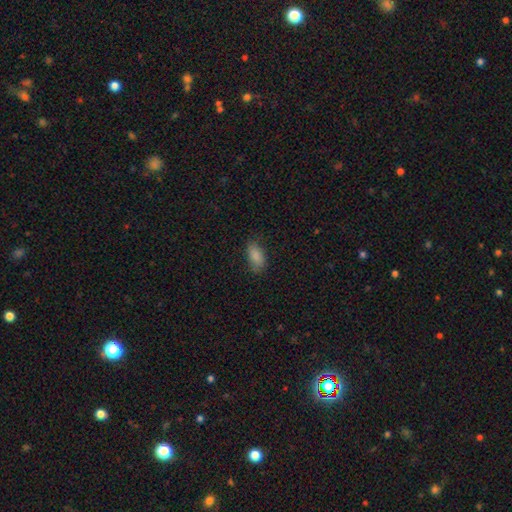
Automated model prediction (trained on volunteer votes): This is clearly a smooth galaxy (87%). How rounded: clearly in between (90%). Merging: likely none (79%).